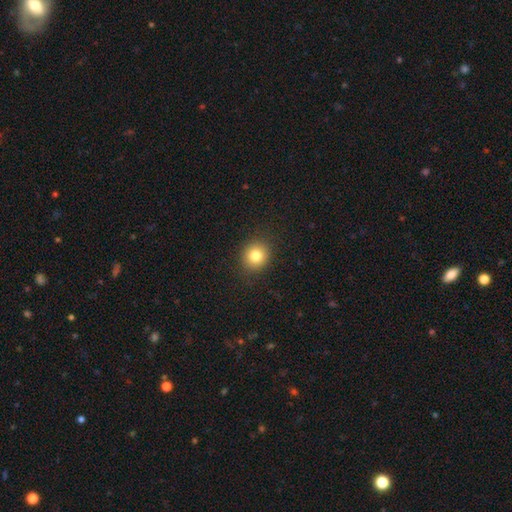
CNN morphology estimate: Overall: smooth (80%). How rounded: round (84%). Merging: none (90%).